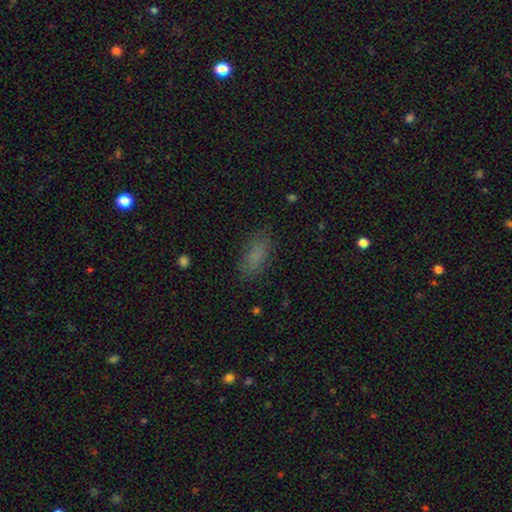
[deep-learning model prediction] smooth 81%, star or artifact 12%, featured or disk 8%. Down the decision tree: how rounded — in between (79%); merging — none (82%).